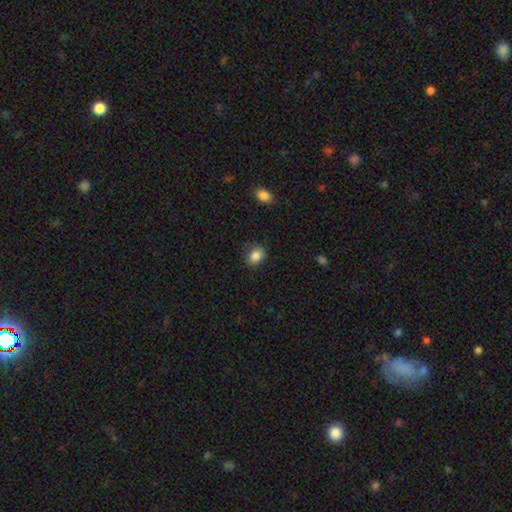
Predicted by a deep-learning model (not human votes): Overall: smooth (85%). How rounded: in between (54%; round 45%). Merging: none (77%).